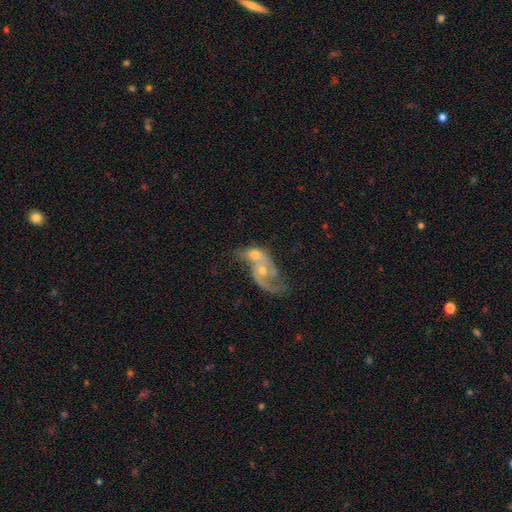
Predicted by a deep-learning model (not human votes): Smooth or featured: featured or disk — 75% (smooth — 18%)
Edge-on disk: no — 96% (yes — 4%)
Bar: no — 72% (weak — 23%)
Spiral arms: yes — 79% (no — 21%)
Spiral winding: loose — 52% (medium — 35%)
Spiral arm count: 2 — 62% (1 — 24%)
Bulge size: moderate — 53% (small — 37%)
Merging: merger — 72% (none — 12%)